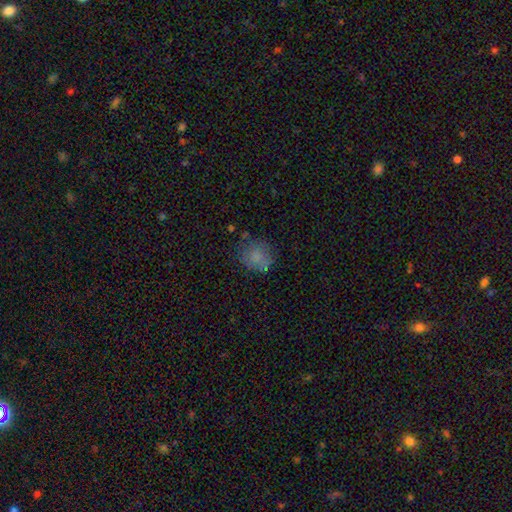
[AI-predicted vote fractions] Smooth or featured? smooth (78%)
How rounded? round (76%)
Merging? none (68%)